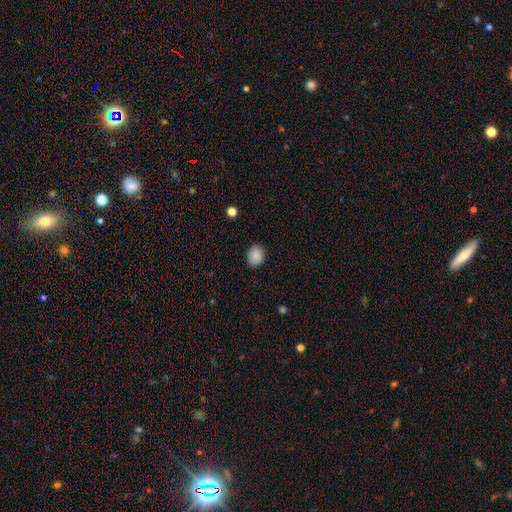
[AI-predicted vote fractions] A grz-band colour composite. It shows a smooth galaxy with no disk features (88%) that is in between round and cigar-shaped (52%). Merging: none (87%).